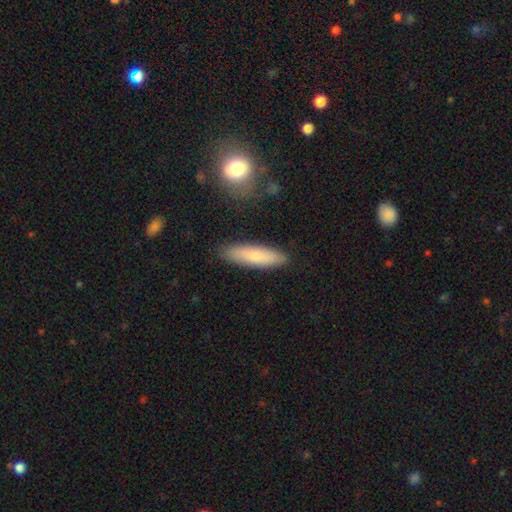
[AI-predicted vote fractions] Overall: smooth (76%). How rounded: cigar-shaped (71%). Merging: none (86%).